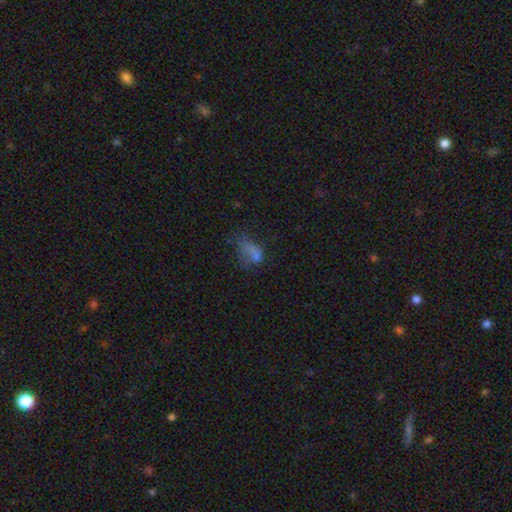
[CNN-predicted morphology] A smooth galaxy with no disk features (58%) that is in between round and cigar-shaped (79%).

Vote fractions:
- Smooth or featured? smooth: 58% / featured or disk: 22% / star or artifact: 20%
- How rounded? in between: 79% / round: 14% / cigar-shaped: 7%
- Merging? major disturbance: 40% / none: 26% / minor disturbance: 20% / merger: 14%